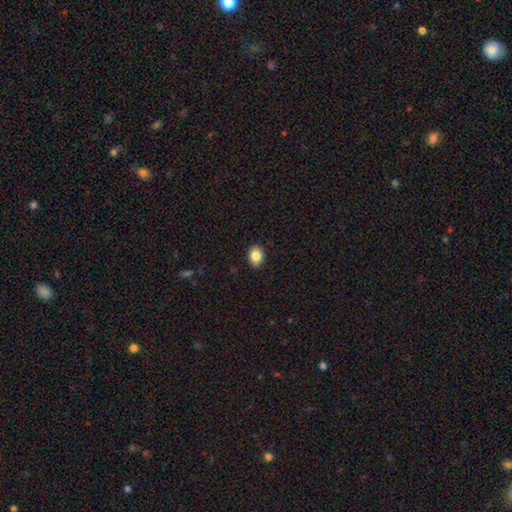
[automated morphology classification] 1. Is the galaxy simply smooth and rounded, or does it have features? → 86% smooth, 9% star or artifact, 5% featured or disk.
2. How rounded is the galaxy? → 67% in between, 32% round, 1% cigar-shaped.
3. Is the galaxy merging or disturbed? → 90% none, 7% minor disturbance, 2% major disturbance, 1% merger.